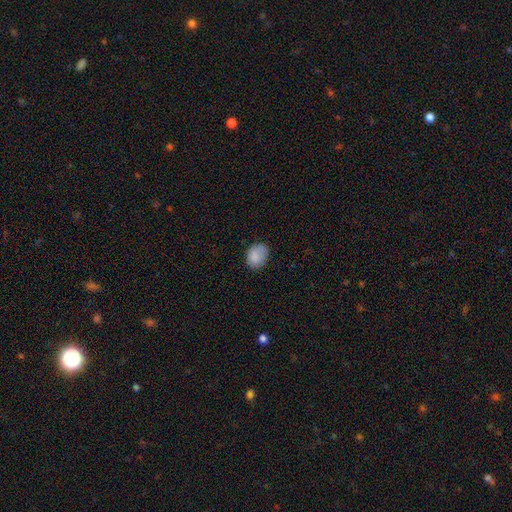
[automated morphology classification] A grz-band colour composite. It shows a smooth galaxy with no disk features (85%) that is in between round and cigar-shaped (54%). Merging: none (74%).